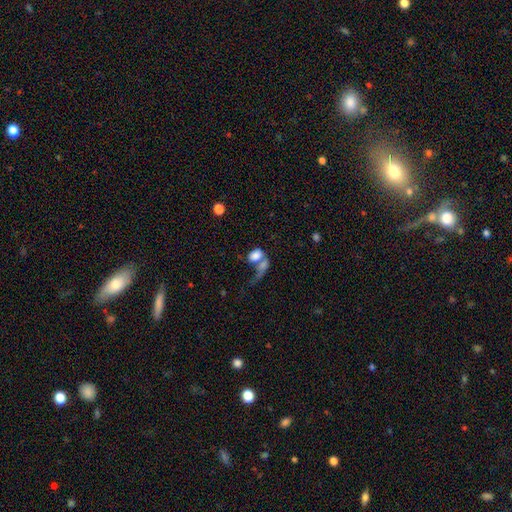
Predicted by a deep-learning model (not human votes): Overall: smooth (74%). How rounded: in between (80%). Merging: merger (53%; none 21%).